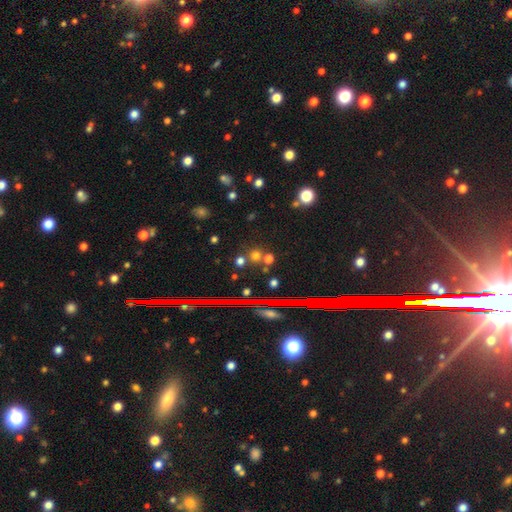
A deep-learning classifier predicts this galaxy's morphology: Q: Smooth or featured?
A: smooth (60%); runner-up: star or artifact (30%)
Q: How rounded?
A: round (89%); runner-up: in between (9%)
Q: Merging?
A: none (69%); runner-up: merger (20%)